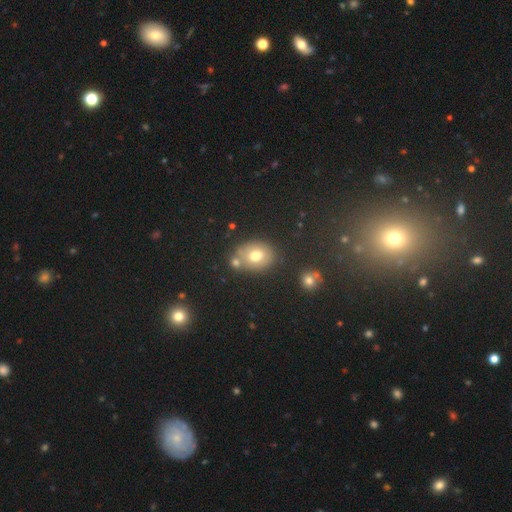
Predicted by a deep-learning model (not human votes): smooth-or-featured: smooth: 71% | featured or disk: 15% | star or artifact: 14%
  how-rounded: round: 51% | in between: 48% | cigar-shaped: 1%
  merging: none: 67% | merger: 17% | minor disturbance: 13% | major disturbance: 4%